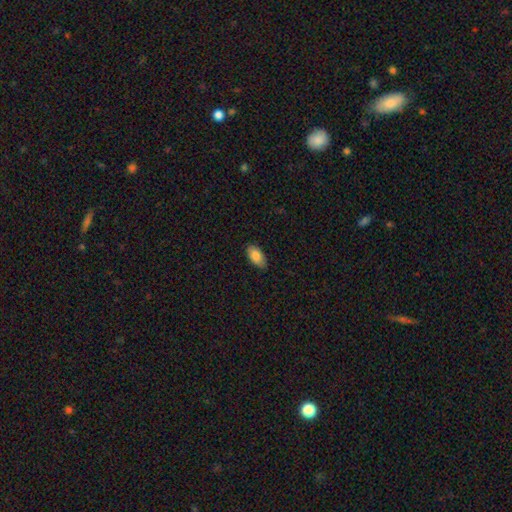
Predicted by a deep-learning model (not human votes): The model was most divided on "merging": none: 82%, minor disturbance: 15%, major disturbance: 2%, merger: 1%. More confident: how rounded — in between (94%); smooth or featured — smooth (83%).